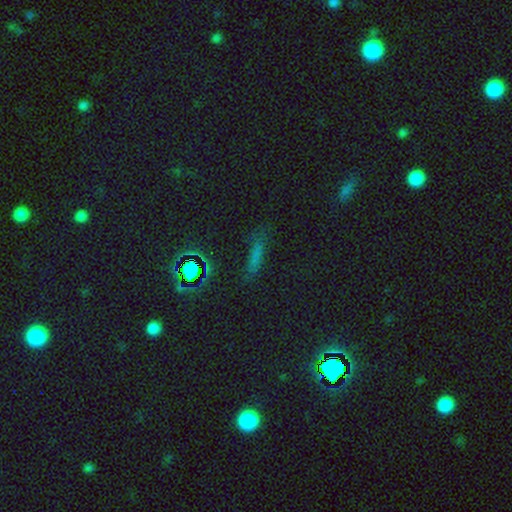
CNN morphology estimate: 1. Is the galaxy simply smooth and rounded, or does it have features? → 50% smooth, 35% star or artifact, 15% featured or disk.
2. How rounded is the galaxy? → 75% cigar-shaped, 18% in between, 7% round.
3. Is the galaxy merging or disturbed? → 79% none, 14% minor disturbance, 5% major disturbance, 3% merger.